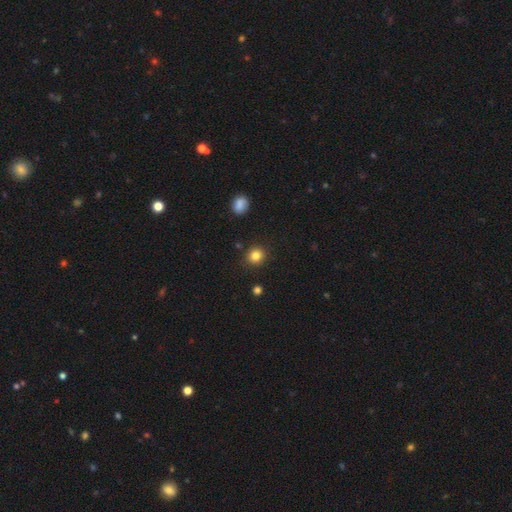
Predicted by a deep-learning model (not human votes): Smooth or featured?
  - smooth: 83% *
  - star or artifact: 12%
  - featured or disk: 5%
How rounded?
  - round: 86% *
  - in between: 13%
  - cigar-shaped: 1%
Merging?
  - none: 89% *
  - minor disturbance: 7%
  - major disturbance: 2%
  - merger: 2%